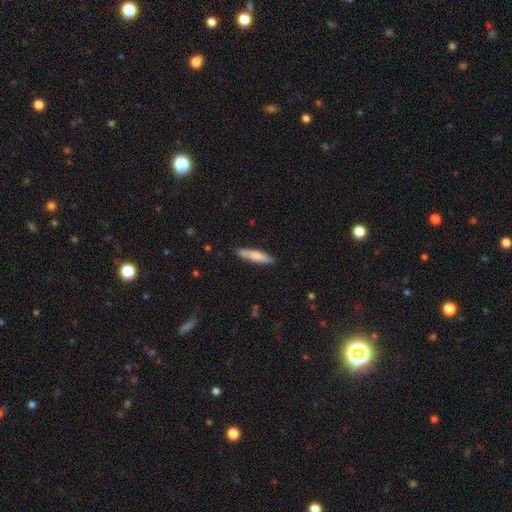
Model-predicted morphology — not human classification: Q: Smooth or featured?
A: smooth (73%); runner-up: featured or disk (21%)
Q: How rounded?
A: cigar-shaped (80%); runner-up: in between (19%)
Q: Merging?
A: none (79%); runner-up: minor disturbance (14%)